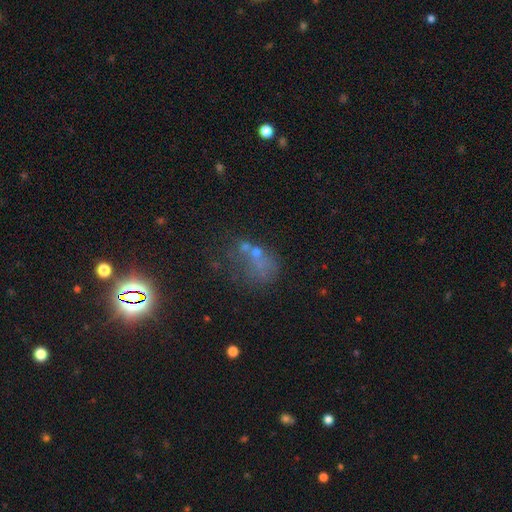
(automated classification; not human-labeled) The model was most divided on "smooth or featured": smooth: 38%, star or artifact: 34%, featured or disk: 28%. Remaining: merging — none (35%).